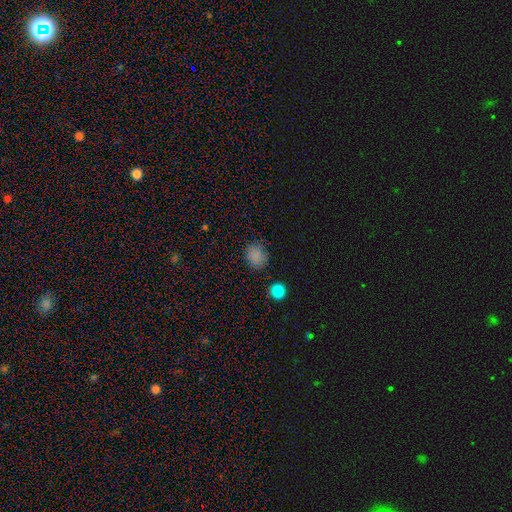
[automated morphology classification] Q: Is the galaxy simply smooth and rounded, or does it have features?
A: smooth — 80%.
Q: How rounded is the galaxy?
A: round — 70%.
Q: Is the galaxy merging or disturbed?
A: none — 81%.